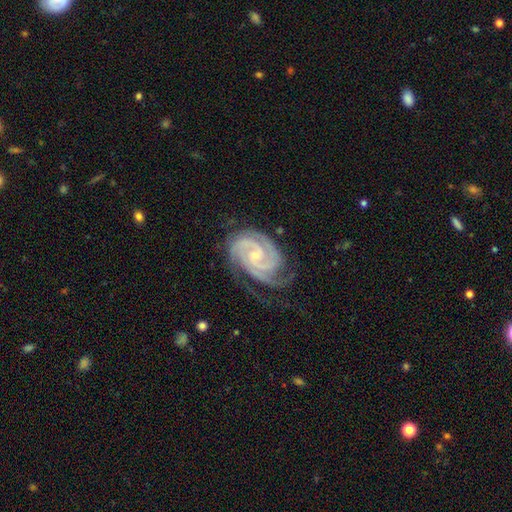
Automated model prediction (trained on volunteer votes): A featured or disk galaxy (93%) with no bar (55%), 3 (41%) tight (72%) spiral arms (99%) and a small central bulge (67%).

Vote fractions:
- Smooth or featured? featured or disk: 93% / star or artifact: 4% / smooth: 3%
- Edge-on disk? no: 98% / yes: 2%
- Bar? no: 55% / weak: 34% / strong: 10%
- Spiral arms? yes: 99% / no: 1%
- Spiral winding? tight: 72% / medium: 25% / loose: 3%
- Spiral arm count? 3: 41% / 2: 30% / 4: 11% / can't tell: 8% / more than 4: 5% / 1: 5%
- Bulge size? small: 67% / moderate: 27% / none: 4% / large: 1% / dominant: 1%
- Merging? none: 69% / minor disturbance: 21% / major disturbance: 9% / merger: 1%